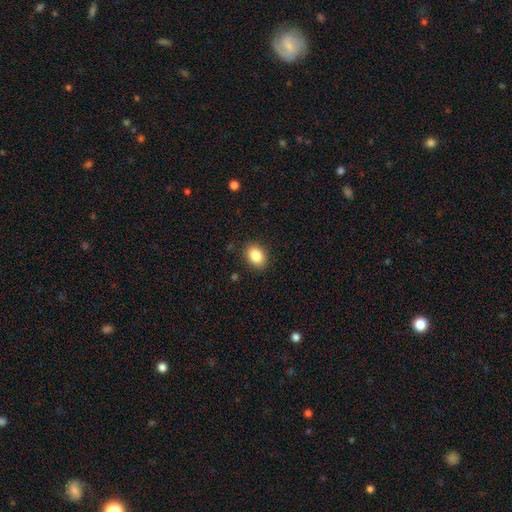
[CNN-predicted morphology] type=smooth (86%); roundness=in between (72%); merging=none (87%).